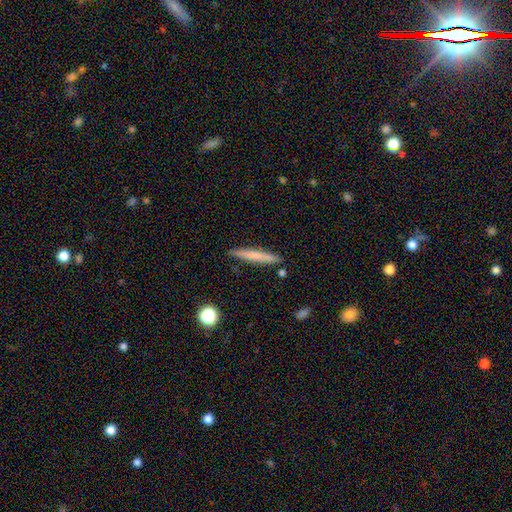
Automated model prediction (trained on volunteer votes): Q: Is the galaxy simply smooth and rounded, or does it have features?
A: smooth — 66%.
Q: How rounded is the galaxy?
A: cigar-shaped — 96%.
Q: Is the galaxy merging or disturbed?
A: none — 89%.